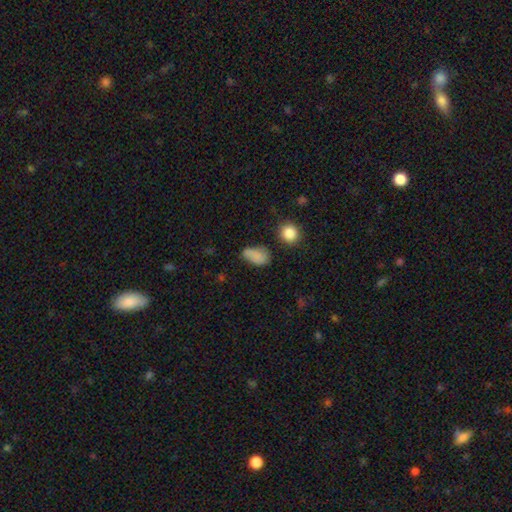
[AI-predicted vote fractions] Smooth or featured? smooth (78%)
How rounded? in between (87%)
Merging? none (49%)